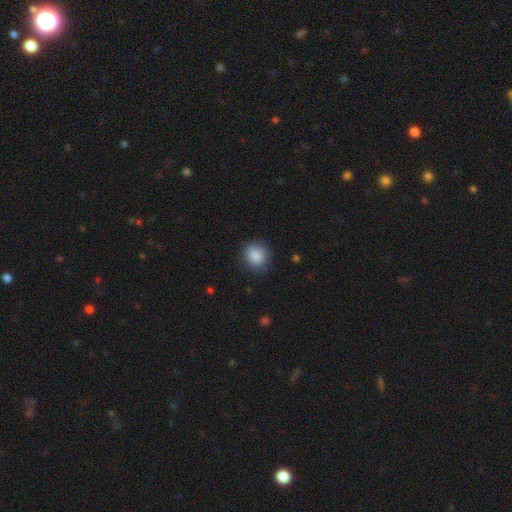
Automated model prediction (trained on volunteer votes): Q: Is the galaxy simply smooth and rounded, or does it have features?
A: smooth — 88%.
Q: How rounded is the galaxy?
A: round — 87%.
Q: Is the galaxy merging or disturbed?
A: none — 83%.